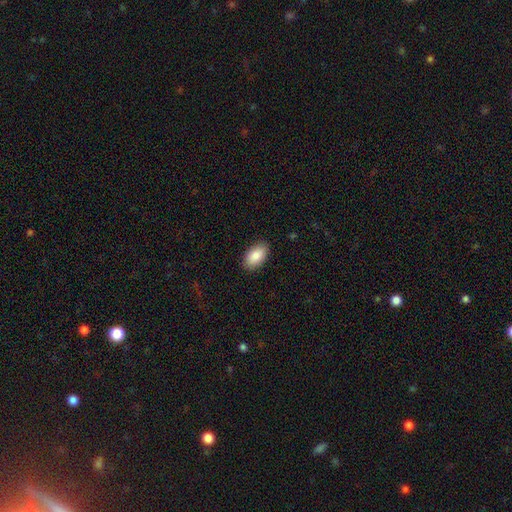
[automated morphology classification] A smooth galaxy with no disk features (87%) that is in between round and cigar-shaped (94%).

Vote fractions:
- Smooth or featured? smooth: 87% / featured or disk: 7% / star or artifact: 6%
- How rounded? in between: 94% / round: 4% / cigar-shaped: 2%
- Merging? none: 88% / minor disturbance: 9% / major disturbance: 2% / merger: 1%